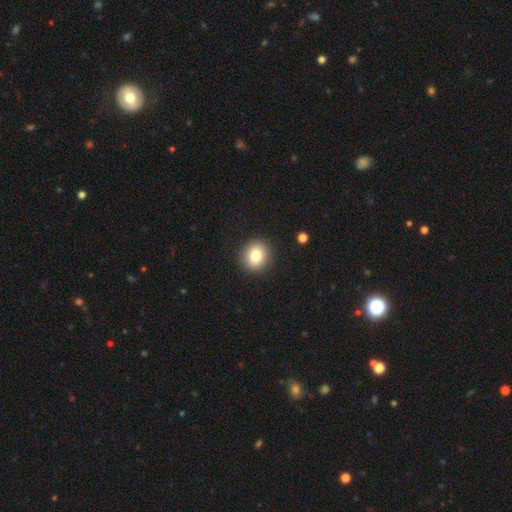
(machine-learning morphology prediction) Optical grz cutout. It shows a smooth galaxy with no disk features (82%) that is round (79%). Merging: none (90%).